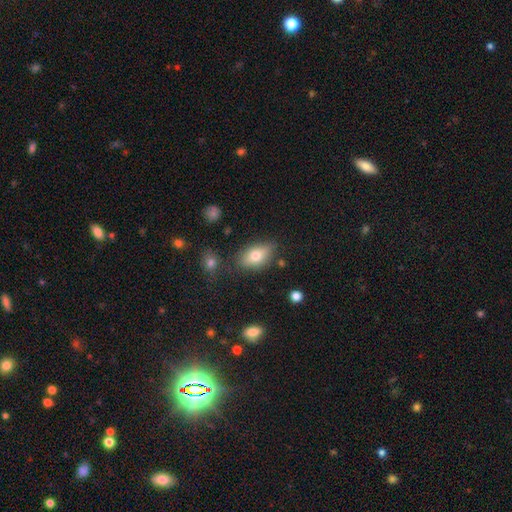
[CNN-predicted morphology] Smooth or featured: smooth — 71% (featured or disk — 20%)
How rounded: in between — 87% (round — 7%)
Merging: none — 76% (minor disturbance — 15%)